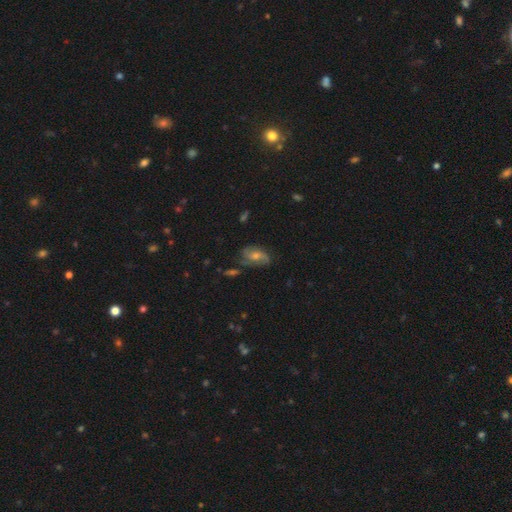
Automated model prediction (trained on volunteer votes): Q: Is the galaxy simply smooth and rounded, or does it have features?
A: featured or disk — 59%.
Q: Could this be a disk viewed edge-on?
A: no — 94%.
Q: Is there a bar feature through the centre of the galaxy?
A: no — 58%.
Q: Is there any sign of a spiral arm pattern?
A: yes — 86%.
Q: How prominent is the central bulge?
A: moderate — 61%.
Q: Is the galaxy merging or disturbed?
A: none — 65%.